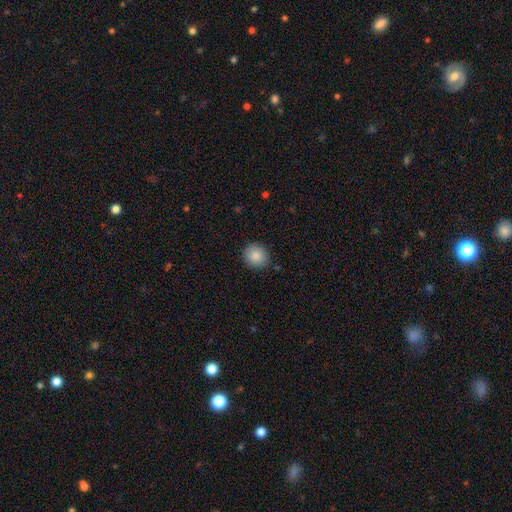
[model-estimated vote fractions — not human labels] A smooth galaxy with no disk features (87%) that is round (88%). Merging: none (89%).